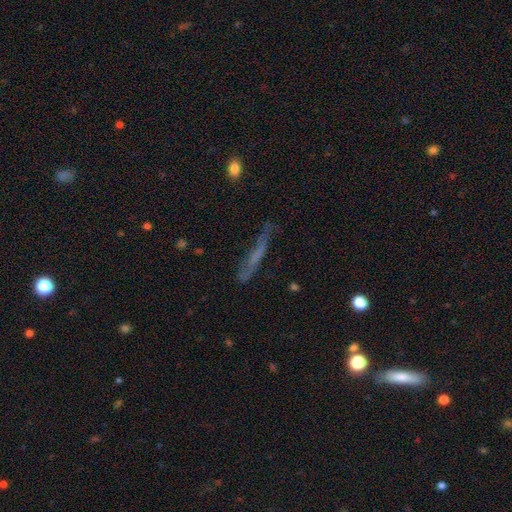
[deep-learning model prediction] The model was most divided on "smooth or featured": featured or disk: 45%, smooth: 41%, star or artifact: 14%. More confident: merging — none (65%).